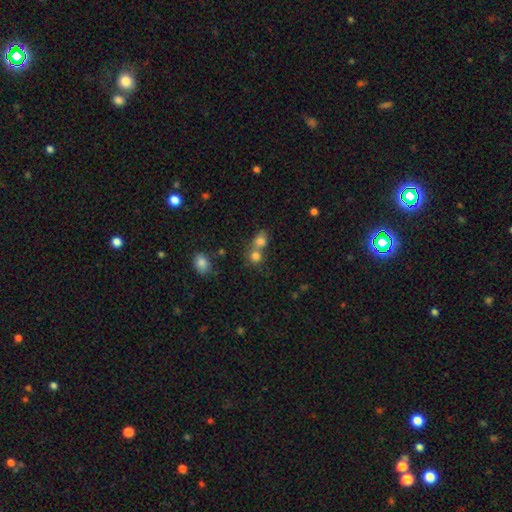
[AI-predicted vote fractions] Smooth or featured? smooth (77%)
How rounded? round (80%)
Merging? merger (50%)